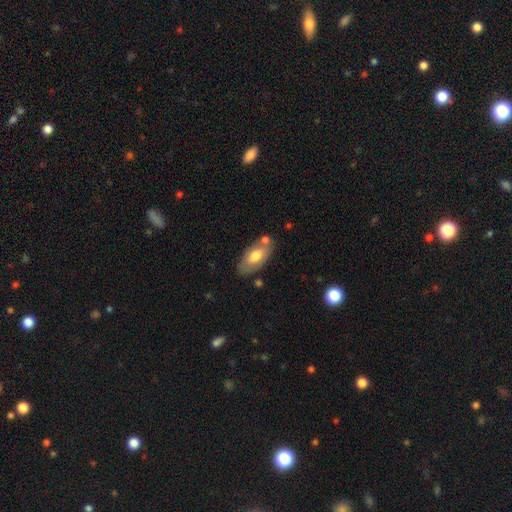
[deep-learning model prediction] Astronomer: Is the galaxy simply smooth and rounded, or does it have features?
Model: smooth — 64%.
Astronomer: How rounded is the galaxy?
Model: in between — 91%.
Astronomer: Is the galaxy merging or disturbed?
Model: none — 66%.